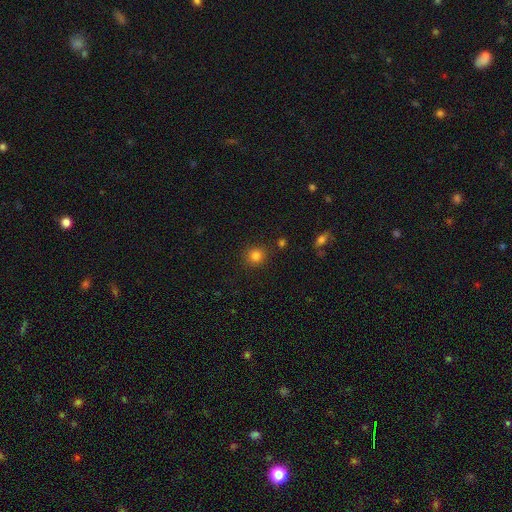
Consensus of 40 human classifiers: smooth_or_featured: smooth (p=0.85) [alt: star or artifact p=0.12]
how_rounded: round (p=0.91) [alt: in between p=0.09]
merging: none (p=0.86) [alt: minor disturbance p=0.11]